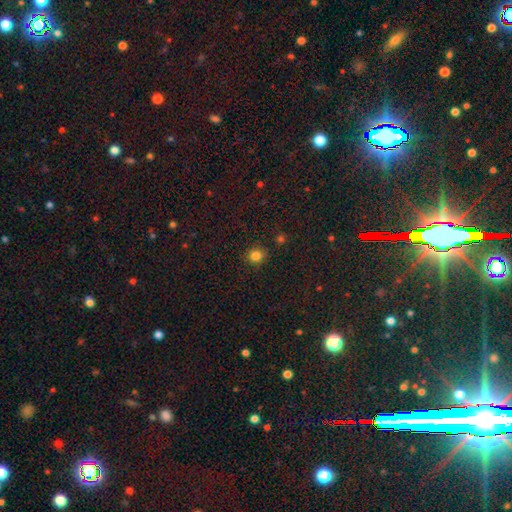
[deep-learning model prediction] Smooth or featured: smooth — 82% (star or artifact — 14%)
How rounded: round — 84% (in between — 15%)
Merging: none — 87% (minor disturbance — 9%)